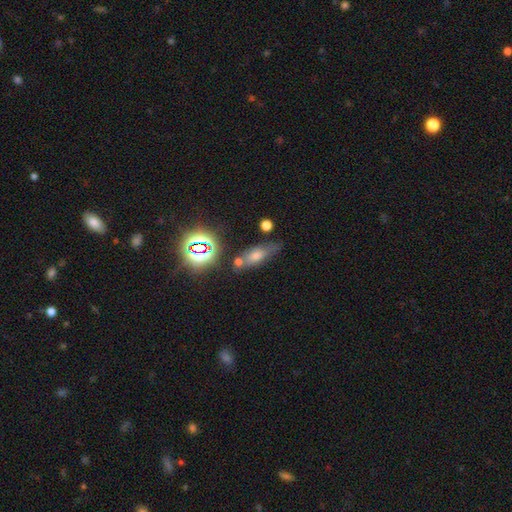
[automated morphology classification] Overall: smooth (46%; star or artifact 31%). Merging: none (64%).